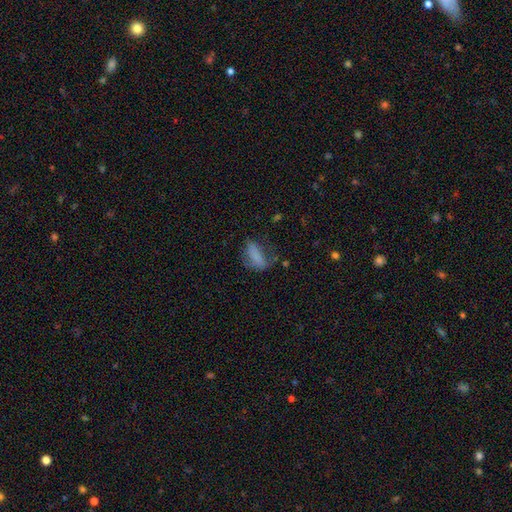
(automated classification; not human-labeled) smooth 72%, featured or disk 17%, star or artifact 12%. Down the decision tree: how rounded — in between (77%); merging — none (40%).